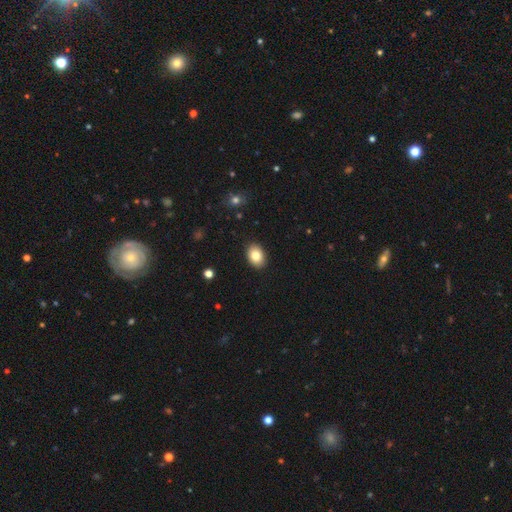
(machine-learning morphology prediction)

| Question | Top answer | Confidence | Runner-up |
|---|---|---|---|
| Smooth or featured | smooth | 83% | featured or disk (9%) |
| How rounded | in between | 80% | round (19%) |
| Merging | none | 90% | minor disturbance (7%) |